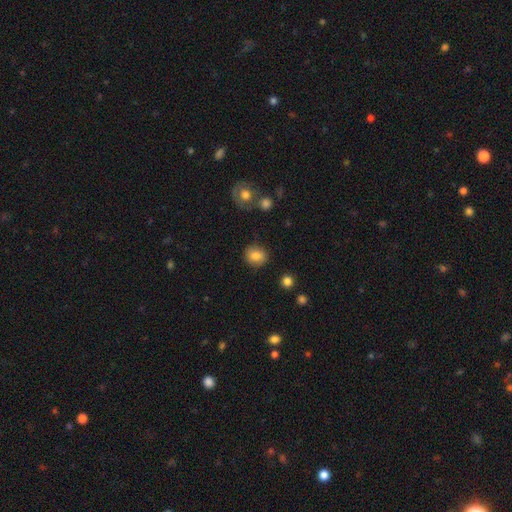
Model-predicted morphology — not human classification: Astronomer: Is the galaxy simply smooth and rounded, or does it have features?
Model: smooth — 83%.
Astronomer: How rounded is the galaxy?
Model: round — 80%.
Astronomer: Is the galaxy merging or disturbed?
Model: none — 86%.